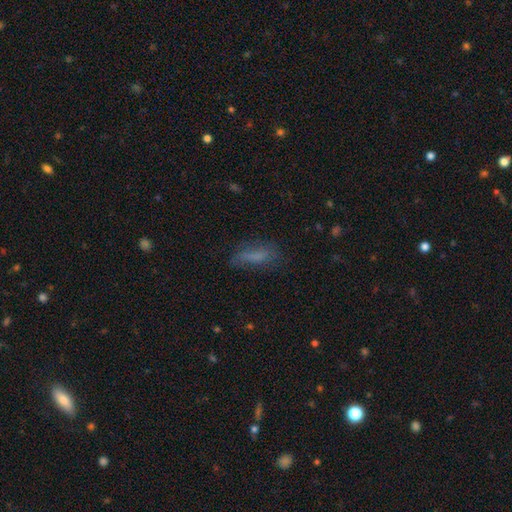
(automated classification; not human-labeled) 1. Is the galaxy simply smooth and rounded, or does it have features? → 68% smooth, 19% featured or disk, 13% star or artifact.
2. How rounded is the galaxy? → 55% in between, 42% cigar-shaped, 3% round.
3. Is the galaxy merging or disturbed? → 60% none, 25% minor disturbance, 13% major disturbance, 2% merger.